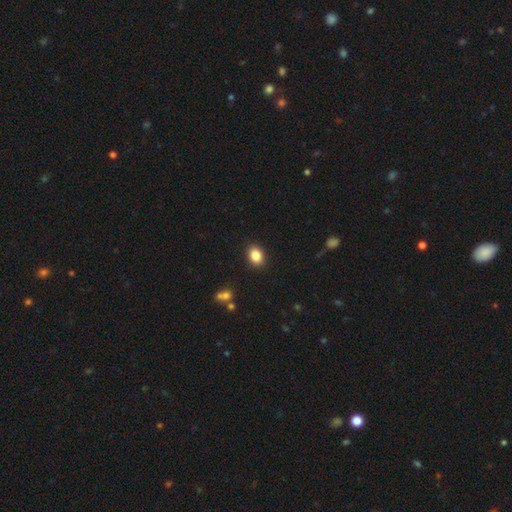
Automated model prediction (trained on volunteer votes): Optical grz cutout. It shows a smooth galaxy with no disk features (85%) that is in between round and cigar-shaped (66%). Merging: none (89%).